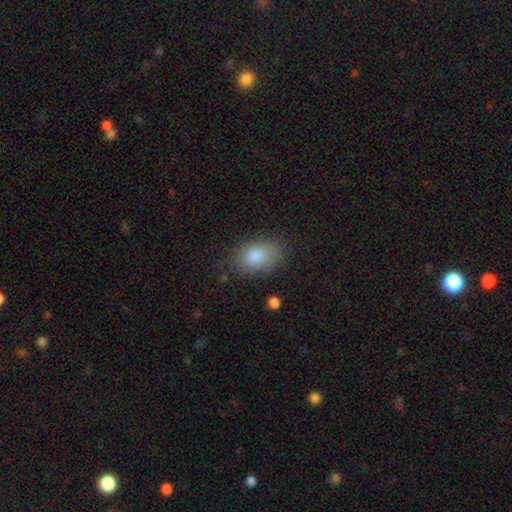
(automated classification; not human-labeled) Smooth or featured: smooth — 83% (featured or disk — 8%)
How rounded: in between — 86% (round — 12%)
Merging: none — 77% (minor disturbance — 17%)